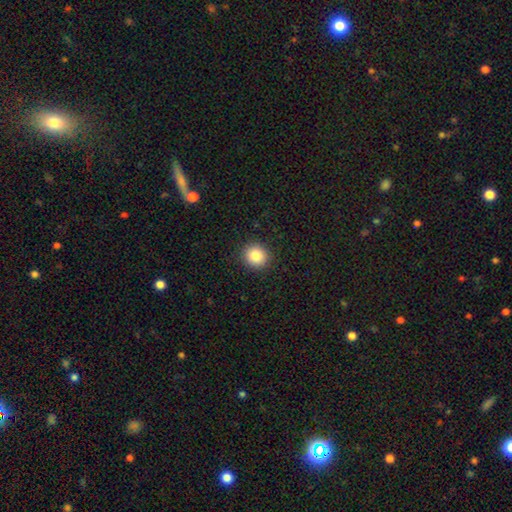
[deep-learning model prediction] Smooth or featured? smooth (84%)
How rounded? round (89%)
Merging? none (91%)